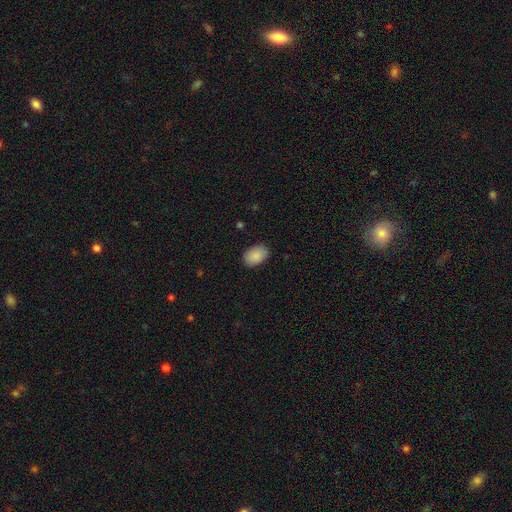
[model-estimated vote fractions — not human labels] Smooth or featured?
  - smooth: 90% *
  - star or artifact: 7%
  - featured or disk: 4%
How rounded?
  - in between: 87% *
  - round: 12%
  - cigar-shaped: 1%
Merging?
  - none: 87% *
  - minor disturbance: 10%
  - major disturbance: 2%
  - merger: 1%